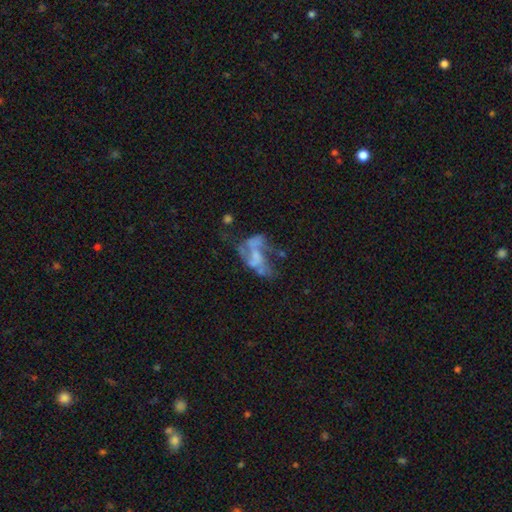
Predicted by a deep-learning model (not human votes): Smooth or featured: featured or disk — 66% (smooth — 21%)
Edge-on disk: no — 97% (yes — 3%)
Bar: no — 71% (weak — 22%)
Spiral arms: no — 61% (yes — 39%)
Bulge size: none — 54% (small — 23%)
Merging: major disturbance — 37% (none — 28%)